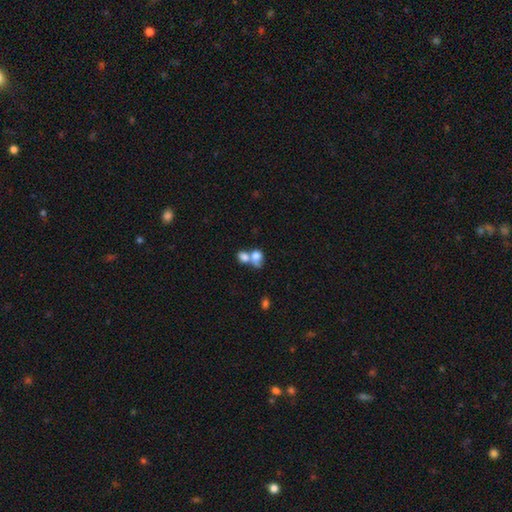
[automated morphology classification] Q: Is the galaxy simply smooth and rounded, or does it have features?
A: smooth — 76%.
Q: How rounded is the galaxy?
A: round — 52%.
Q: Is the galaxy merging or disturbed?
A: merger — 68%.